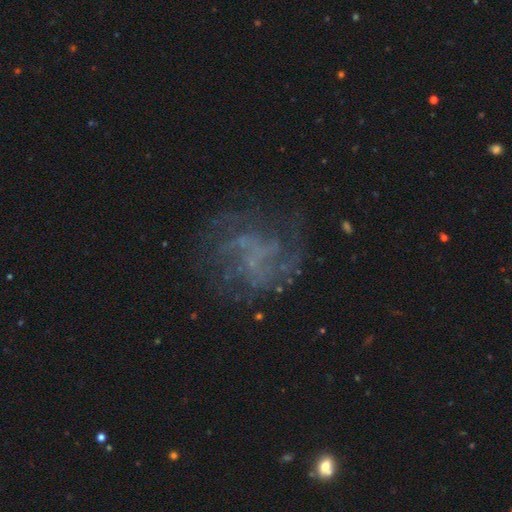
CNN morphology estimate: type=featured or disk (68%); edge-on=no (98%); bar=no (73%); spiral arms=yes (72%); bulge=none (71%); merging=none (64%).